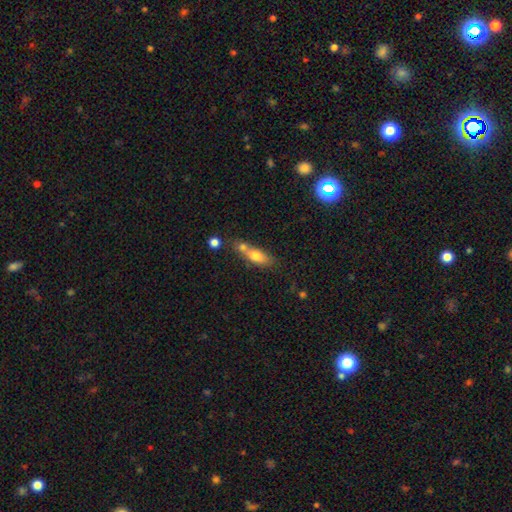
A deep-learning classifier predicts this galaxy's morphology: A smooth galaxy with no disk features (69%) that is in between round and cigar-shaped (62%). Merging: merger (47%).